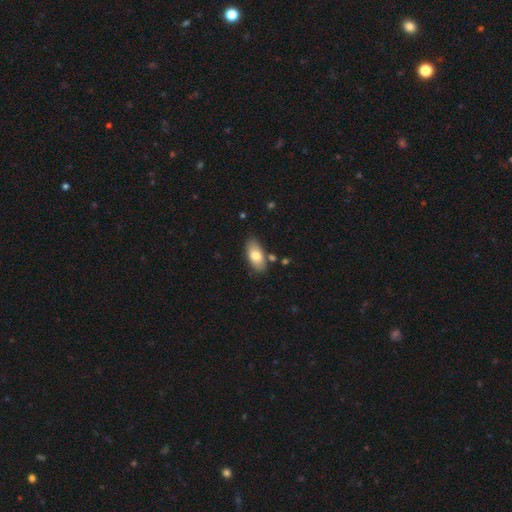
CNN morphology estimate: Overall: smooth (76%). How rounded: in between (89%). Merging: none (79%).